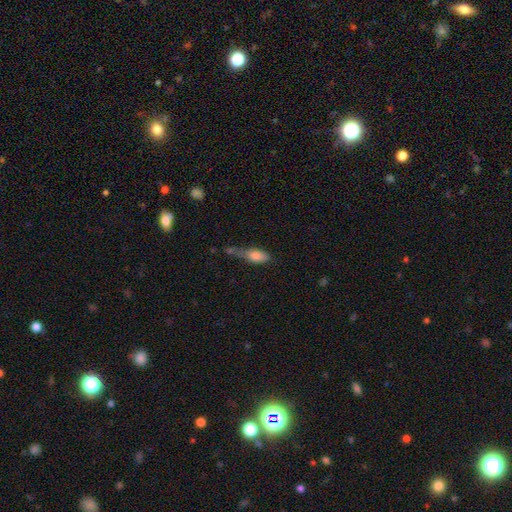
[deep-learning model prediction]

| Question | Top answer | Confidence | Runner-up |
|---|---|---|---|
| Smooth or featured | smooth | 73% | featured or disk (19%) |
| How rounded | in between | 66% | cigar-shaped (30%) |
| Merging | minor disturbance | 28% | none (27%) |